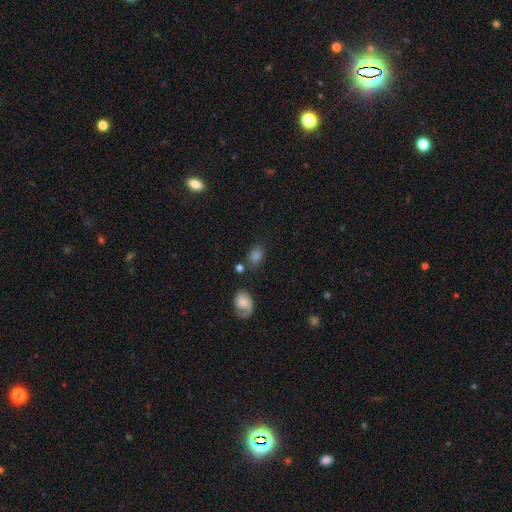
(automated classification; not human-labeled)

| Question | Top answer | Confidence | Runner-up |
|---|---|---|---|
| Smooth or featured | smooth | 75% | star or artifact (13%) |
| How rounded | in between | 71% | round (27%) |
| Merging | none | 67% | minor disturbance (17%) |